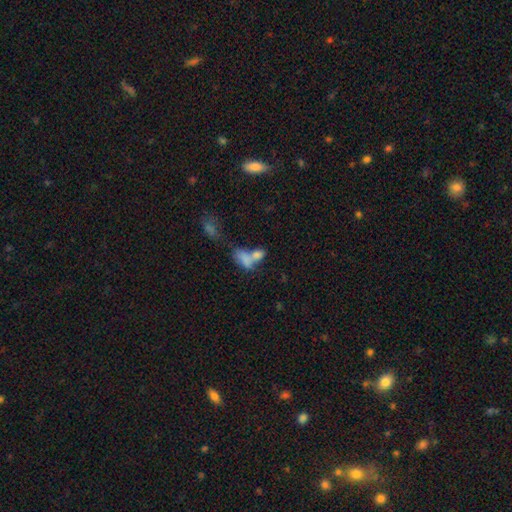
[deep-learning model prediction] Smooth or featured: smooth — 74% (featured or disk — 16%)
How rounded: in between — 83% (round — 11%)
Merging: merger — 66% (none — 18%)